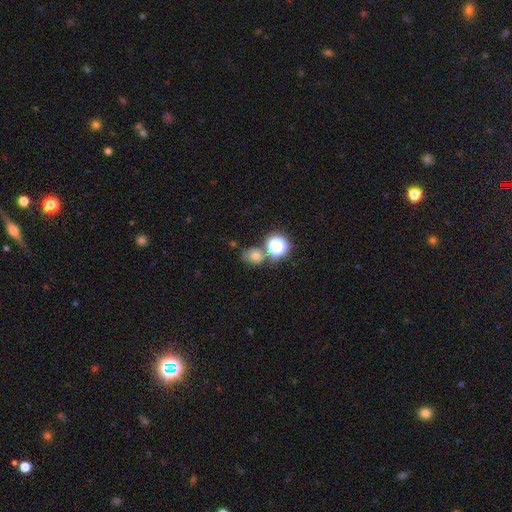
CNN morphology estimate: Smooth or featured? smooth (64%)
How rounded? round (65%)
Merging? none (60%)